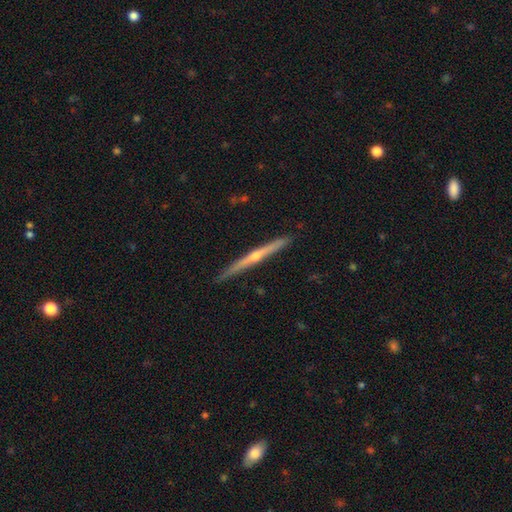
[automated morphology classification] This is likely a featured or disk galaxy (78%). It is clearly viewed edge-on (98%). Edge-on bulge: likely rounded (79%). Merging: clearly none (91%).